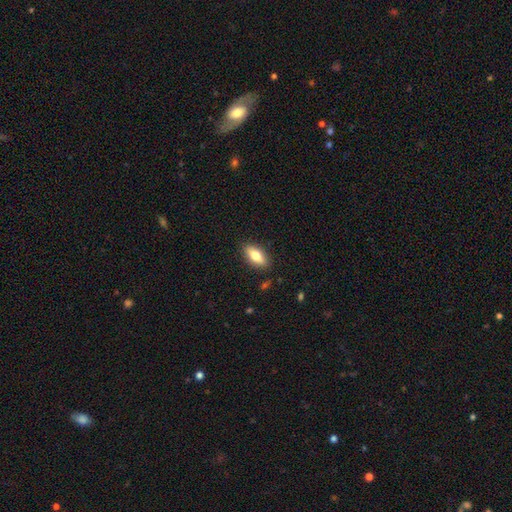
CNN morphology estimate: type=smooth (71%); roundness=in between (82%); merging=none (87%).